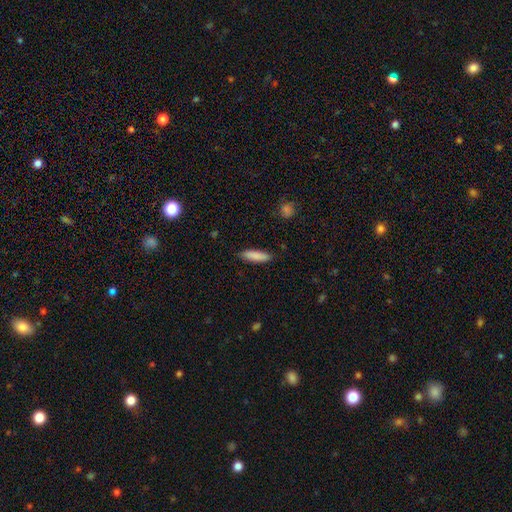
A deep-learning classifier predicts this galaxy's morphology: Smooth or featured? Predicted: smooth (p=0.86). How rounded? Predicted: cigar-shaped (p=0.69). Merging? Predicted: none (p=0.87).